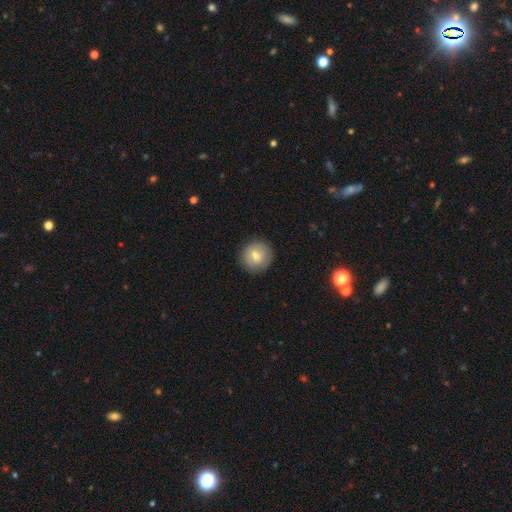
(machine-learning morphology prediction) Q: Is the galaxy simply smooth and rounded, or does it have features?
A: smooth — 75%.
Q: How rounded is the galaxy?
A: round — 93%.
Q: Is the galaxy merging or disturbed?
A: none — 89%.